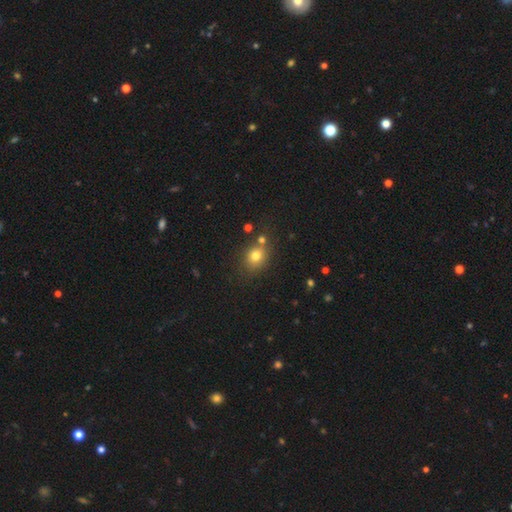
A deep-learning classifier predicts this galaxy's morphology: Overall: smooth (77%). How rounded: round (63%; in between 36%). Merging: none (68%).